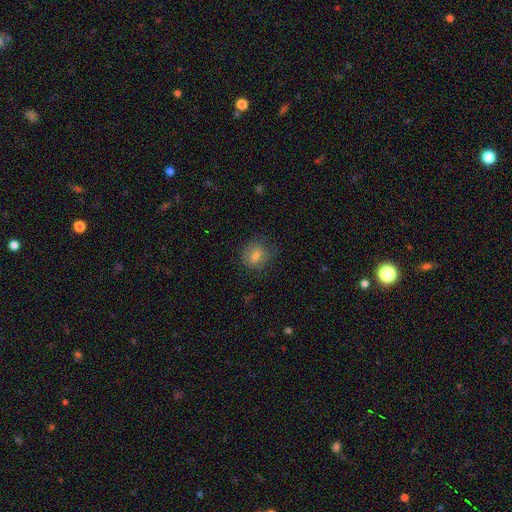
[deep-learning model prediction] smooth_or_featured: smooth (p=0.75) [alt: featured or disk p=0.15]
how_rounded: round (p=0.70) [alt: in between p=0.29]
merging: none (p=0.74) [alt: minor disturbance p=0.18]